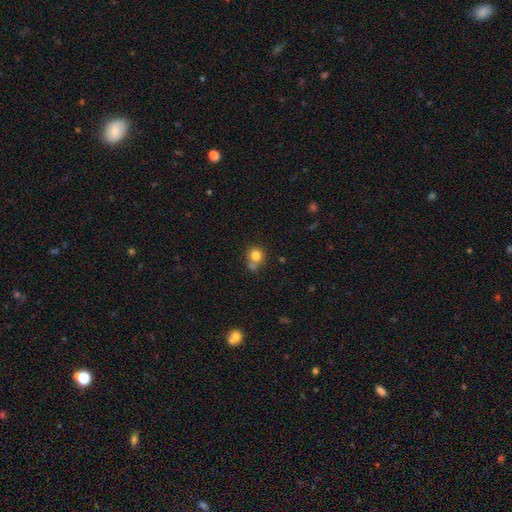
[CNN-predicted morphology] This is clearly a smooth galaxy (81%). How rounded: clearly round (88%). Merging: possibly none (58%).